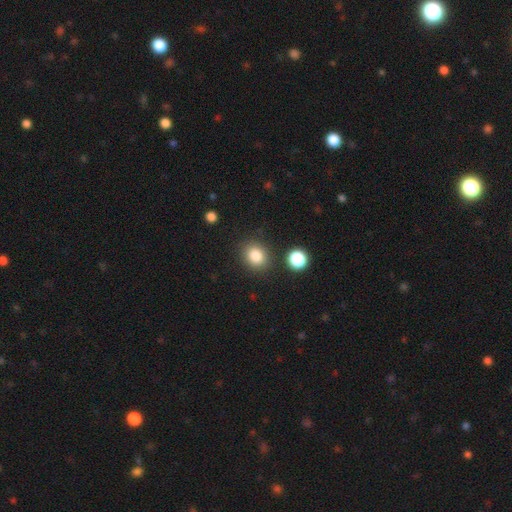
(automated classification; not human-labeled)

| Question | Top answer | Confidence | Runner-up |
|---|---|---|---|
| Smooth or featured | smooth | 84% | star or artifact (10%) |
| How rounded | round | 70% | in between (29%) |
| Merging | none | 84% | minor disturbance (8%) |